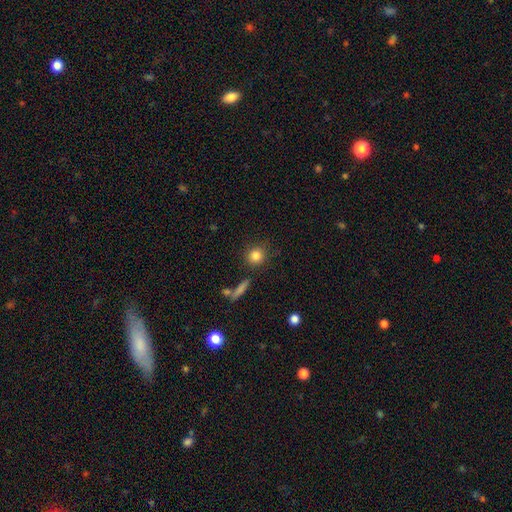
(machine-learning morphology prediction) This appears to be a smooth galaxy with no disk features (84%) that is round (87%). Merging: none (82%).